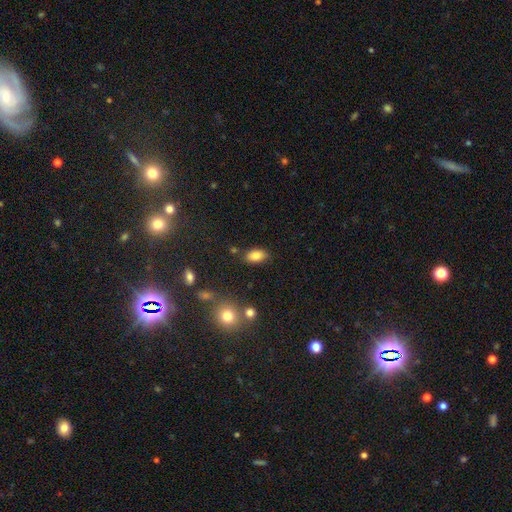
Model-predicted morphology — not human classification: A smooth galaxy with no disk features (84%) that is in between round and cigar-shaped (90%).

Vote fractions:
- Smooth or featured? smooth: 84% / star or artifact: 9% / featured or disk: 7%
- How rounded? in between: 90% / round: 7% / cigar-shaped: 3%
- Merging? none: 78% / minor disturbance: 14% / merger: 4% / major disturbance: 4%